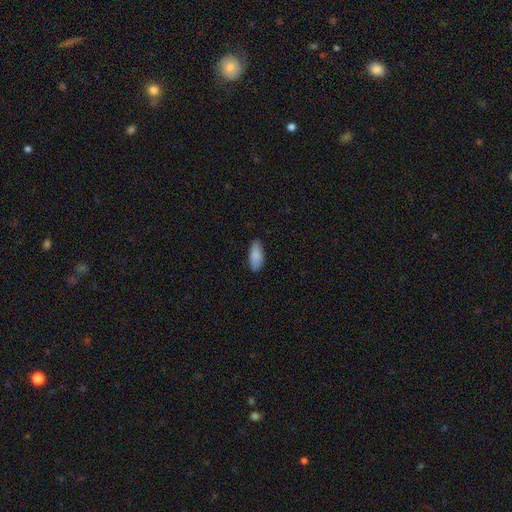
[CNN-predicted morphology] smooth 87%, featured or disk 7%, star or artifact 6%. Down the decision tree: how rounded — in between (85%); merging — none (83%).